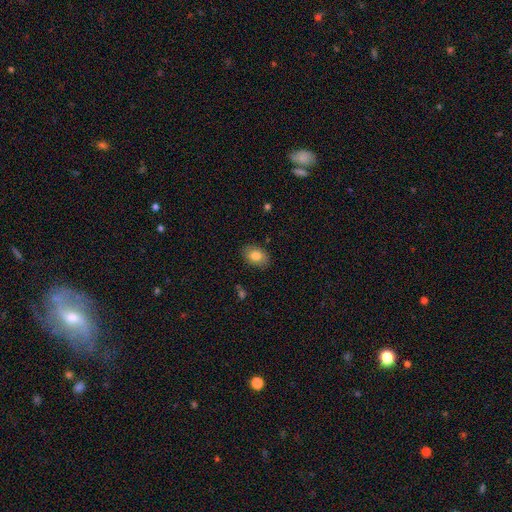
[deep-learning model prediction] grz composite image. It shows a smooth galaxy with no disk features (82%) that is in between round and cigar-shaped (80%). Merging: none (86%).